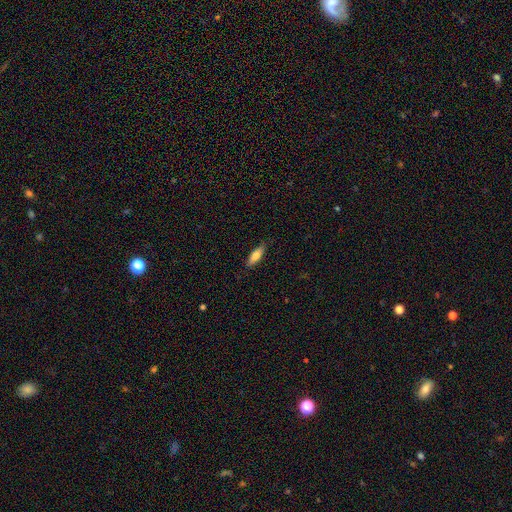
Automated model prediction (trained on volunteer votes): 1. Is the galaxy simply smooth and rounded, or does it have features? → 71% smooth, 23% featured or disk, 6% star or artifact.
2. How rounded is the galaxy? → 50% cigar-shaped, 48% in between, 2% round.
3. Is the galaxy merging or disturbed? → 85% none, 11% minor disturbance, 2% major disturbance, 1% merger.